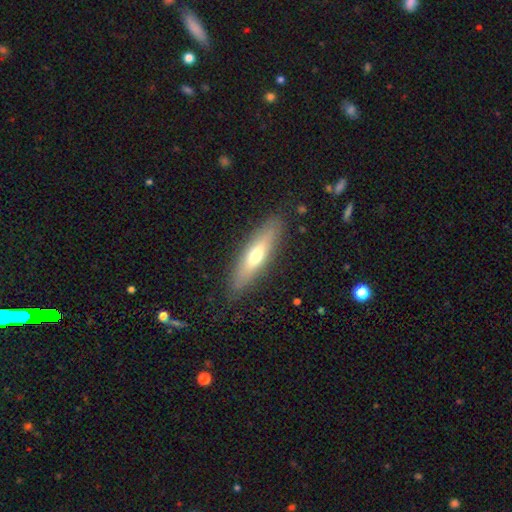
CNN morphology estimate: The model was most divided on "smooth or featured": smooth: 55%, featured or disk: 38%, star or artifact: 6%. More confident: merging — none (87%); how rounded — cigar-shaped (72%).